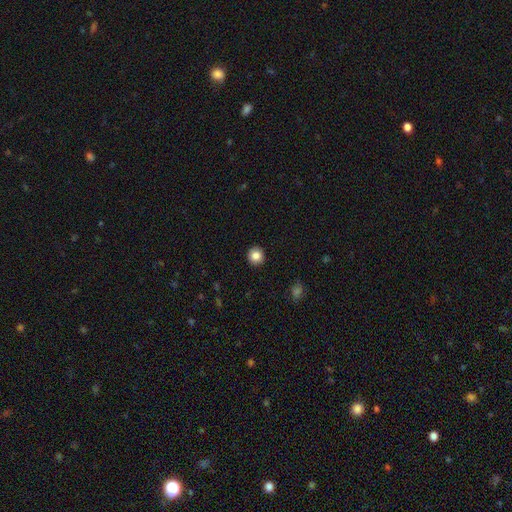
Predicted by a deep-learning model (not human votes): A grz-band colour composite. It shows a smooth galaxy with no disk features (85%) that is round (93%). Merging: none (92%).